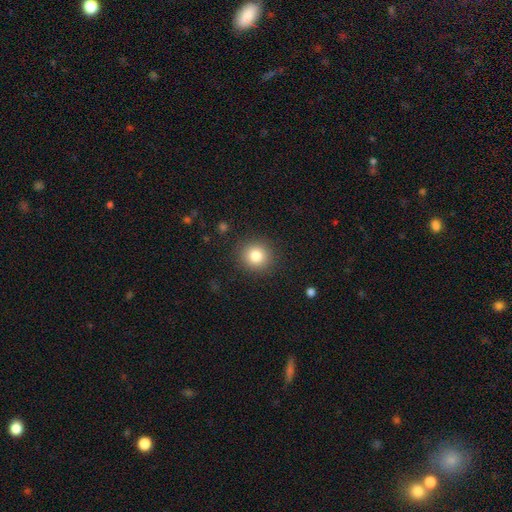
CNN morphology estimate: smooth_or_featured: smooth (p=0.82) [alt: star or artifact p=0.11]
how_rounded: round (p=0.91) [alt: in between p=0.08]
merging: none (p=0.89) [alt: minor disturbance p=0.07]